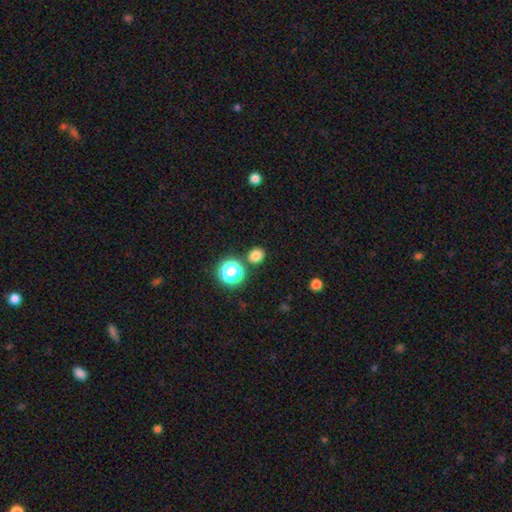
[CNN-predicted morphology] smooth_or_featured: smooth (p=0.78) [alt: star or artifact p=0.17]
how_rounded: round (p=0.82) [alt: in between p=0.17]
merging: none (p=0.85) [alt: minor disturbance p=0.07]